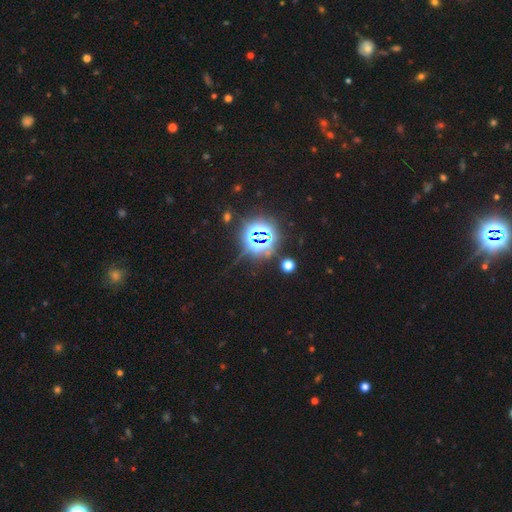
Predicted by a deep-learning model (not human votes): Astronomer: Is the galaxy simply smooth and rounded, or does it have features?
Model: star or artifact — 84%.